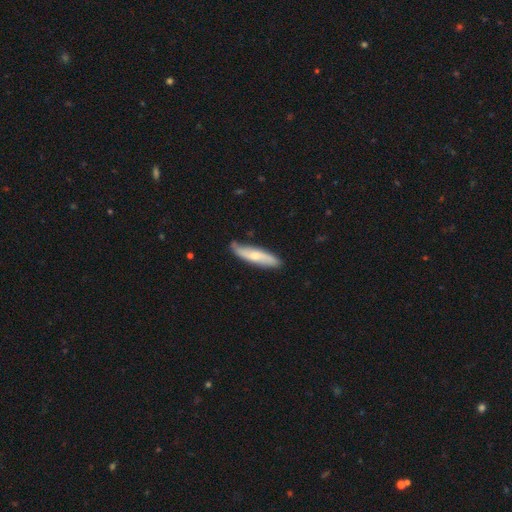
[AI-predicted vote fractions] Overall: smooth (53%; featured or disk 42%). How rounded: cigar-shaped (77%). Merging: none (78%).